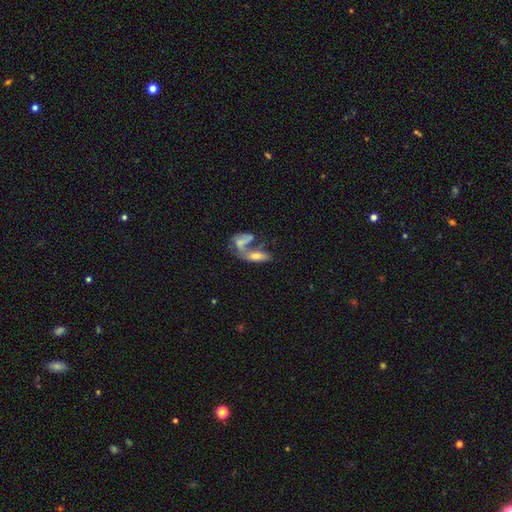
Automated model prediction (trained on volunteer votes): smooth_or_featured: smooth (p=0.54) [alt: featured or disk p=0.37]
how_rounded: in between (p=0.69) [alt: cigar-shaped p=0.27]
merging: merger (p=0.63) [alt: none p=0.21]